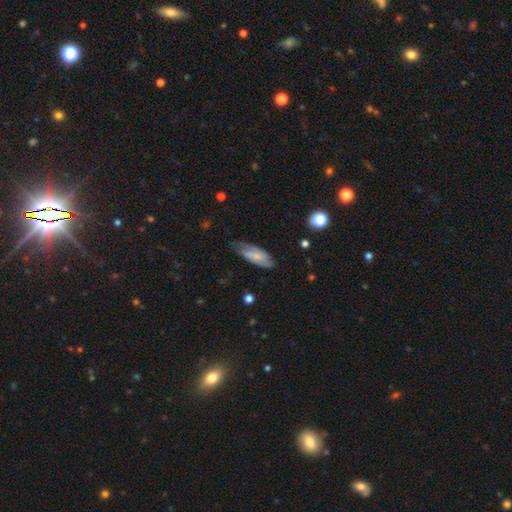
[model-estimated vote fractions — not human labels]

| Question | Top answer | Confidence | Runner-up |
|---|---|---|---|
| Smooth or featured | smooth | 55% | featured or disk (38%) |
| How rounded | in between | 75% | cigar-shaped (23%) |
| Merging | none | 58% | minor disturbance (31%) |